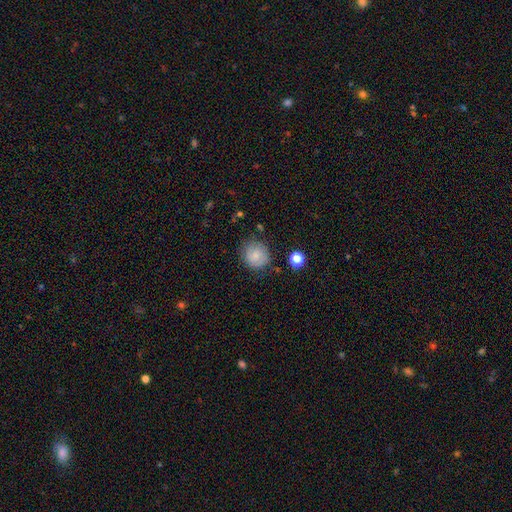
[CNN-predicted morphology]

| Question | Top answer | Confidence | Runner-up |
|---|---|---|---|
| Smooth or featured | smooth | 69% | featured or disk (21%) |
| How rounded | round | 87% | in between (13%) |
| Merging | none | 77% | minor disturbance (16%) |